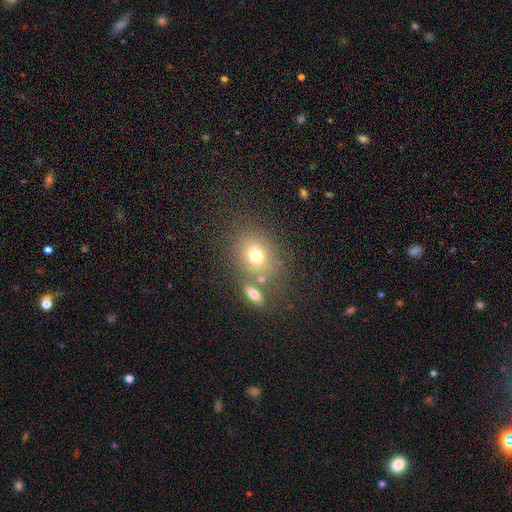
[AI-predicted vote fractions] Smooth or featured?
  - smooth: 73% *
  - featured or disk: 14%
  - star or artifact: 14%
How rounded?
  - round: 52% *
  - in between: 47%
  - cigar-shaped: 1%
Merging?
  - none: 65% *
  - merger: 18%
  - minor disturbance: 12%
  - major disturbance: 5%